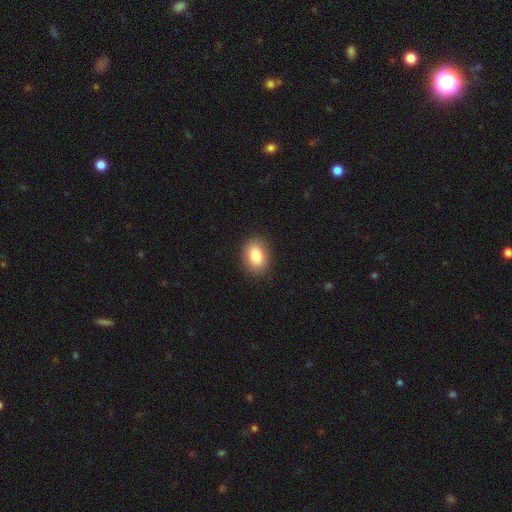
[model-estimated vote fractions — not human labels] Morphology: type=smooth (83%); roundness=in between (73%); merging=none (88%).